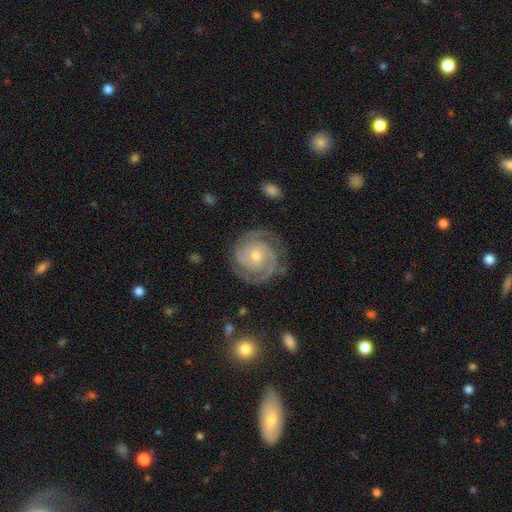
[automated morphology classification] Smooth or featured?
  - featured or disk: 90% *
  - smooth: 5%
  - star or artifact: 5%
Edge-on disk?
  - no: 98% *
  - yes: 2%
Bar?
  - no: 72% *
  - weak: 21%
  - strong: 7%
Spiral arms?
  - yes: 98% *
  - no: 2%
Spiral winding?
  - tight: 74% *
  - medium: 23%
  - loose: 3%
Spiral arm count?
  - 2: 75% *
  - 3: 11%
  - can't tell: 6%
  - 4: 3%
  - 1: 3%
  - more than 4: 2%
Bulge size?
  - small: 65% *
  - moderate: 31%
  - large: 2%
  - none: 2%
  - dominant: 1%
Merging?
  - none: 83% *
  - minor disturbance: 12%
  - major disturbance: 4%
  - merger: 1%